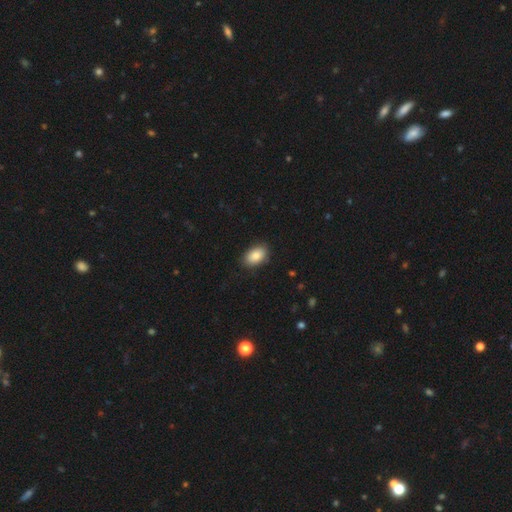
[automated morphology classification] Overall: smooth (87%). How rounded: in between (90%). Merging: none (85%).